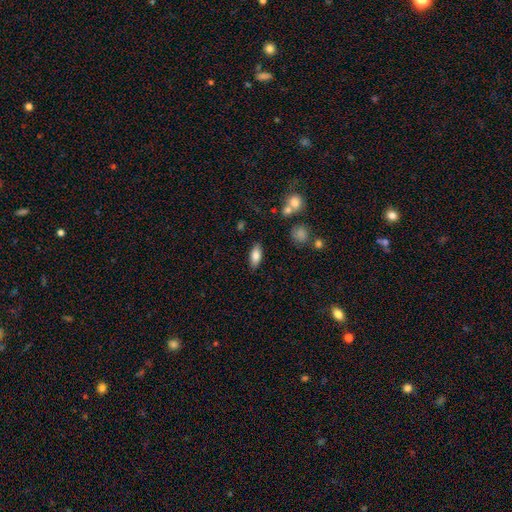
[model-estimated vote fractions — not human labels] smooth 81%, featured or disk 12%, star or artifact 8%. Down the decision tree: how rounded — in between (82%); merging — none (85%).